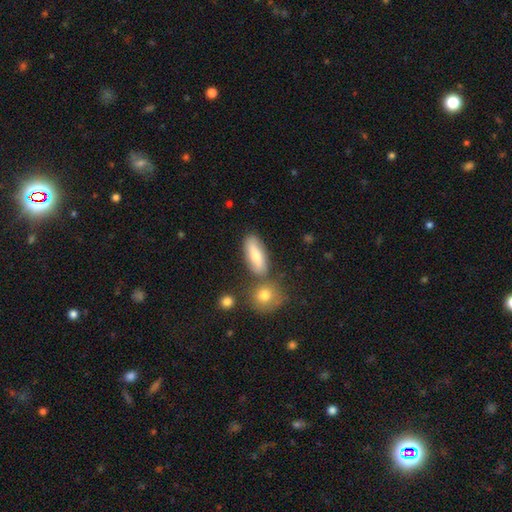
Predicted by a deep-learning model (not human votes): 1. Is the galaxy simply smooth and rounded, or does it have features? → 65% smooth, 26% featured or disk, 9% star or artifact.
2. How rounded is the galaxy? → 61% in between, 35% cigar-shaped, 5% round.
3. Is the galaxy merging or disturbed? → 66% none, 16% merger, 14% minor disturbance, 4% major disturbance.